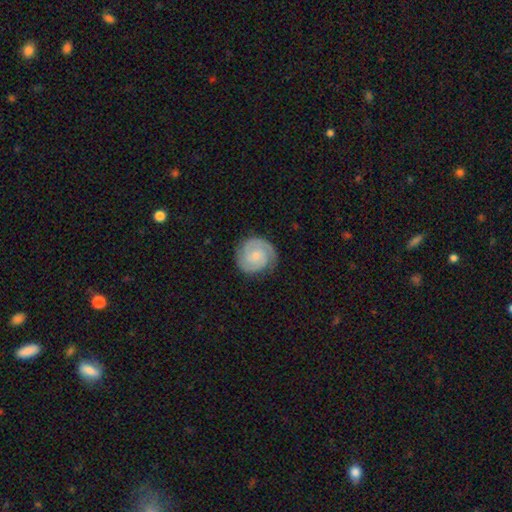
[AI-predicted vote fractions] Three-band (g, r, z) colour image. It shows a featured or disk galaxy (80%) with no bar (65%), 2 (81%) tight (68%) spiral arms (97%) and a small central bulge (52%). Merging: none (83%).